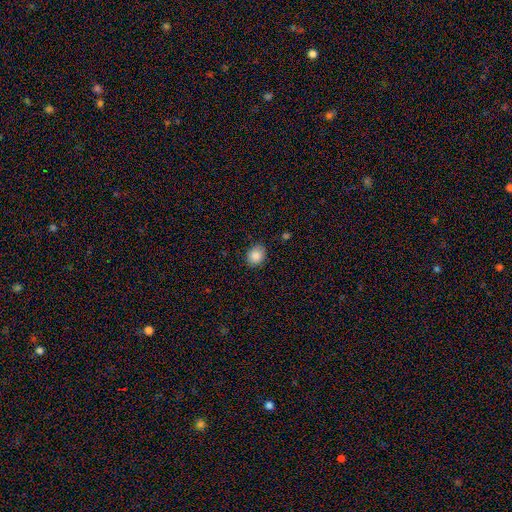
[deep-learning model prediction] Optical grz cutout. It shows a smooth galaxy with no disk features (87%) that is round (55%). Merging: none (84%).